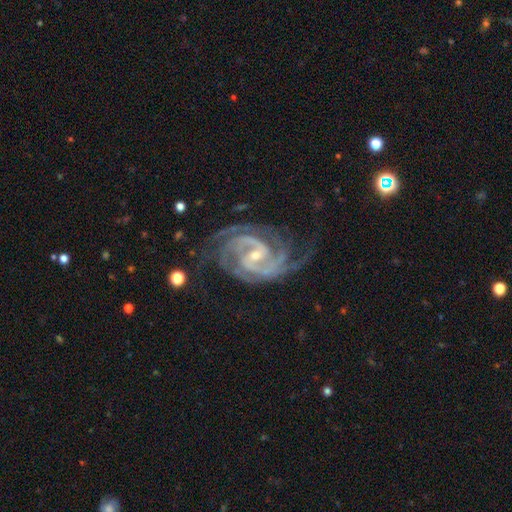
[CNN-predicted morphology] Q: Smooth or featured?
A: featured or disk (94%); runner-up: star or artifact (4%)
Q: Edge-on disk?
A: no (98%); runner-up: yes (2%)
Q: Bar?
A: weak (48%); runner-up: no (27%)
Q: Spiral arms?
A: yes (99%); runner-up: no (1%)
Q: Spiral winding?
A: tight (55%); runner-up: medium (40%)
Q: Spiral arm count?
A: 2 (51%); runner-up: 3 (21%)
Q: Bulge size?
A: small (58%); runner-up: moderate (38%)
Q: Merging?
A: none (68%); runner-up: minor disturbance (19%)